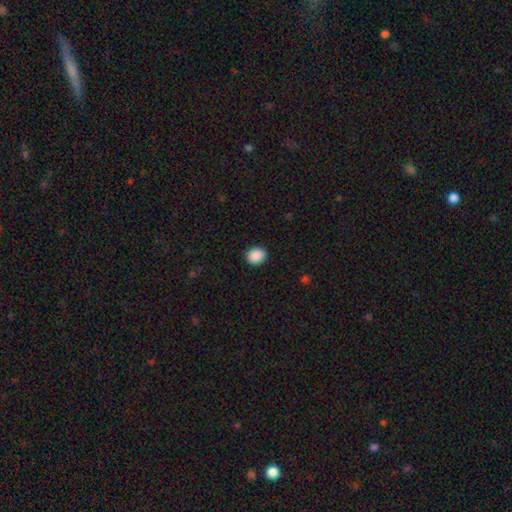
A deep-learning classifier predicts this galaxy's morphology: The model was most divided on "how rounded": round: 68%, in between: 31%, cigar-shaped: 1%. More confident: merging — none (90%); smooth or featured — smooth (90%).